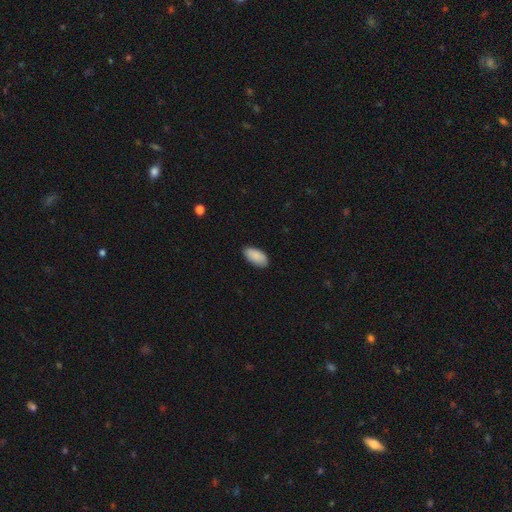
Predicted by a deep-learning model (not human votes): The model was most divided on "merging": none: 85%, minor disturbance: 12%, major disturbance: 2%, merger: 1%. More confident: how rounded — in between (94%); smooth or featured — smooth (88%).